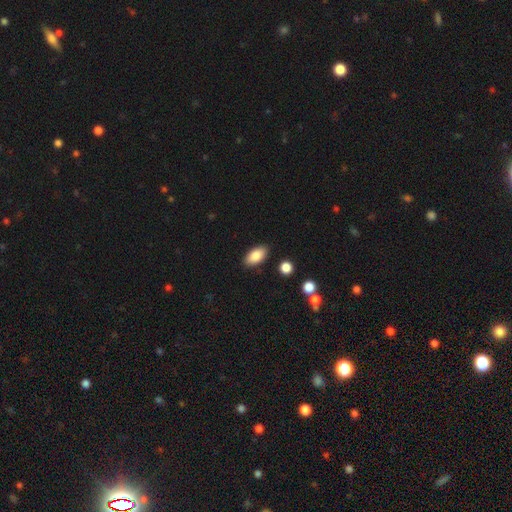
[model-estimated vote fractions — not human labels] This is clearly a smooth galaxy (86%). How rounded: clearly in between (92%). Merging: clearly none (87%).